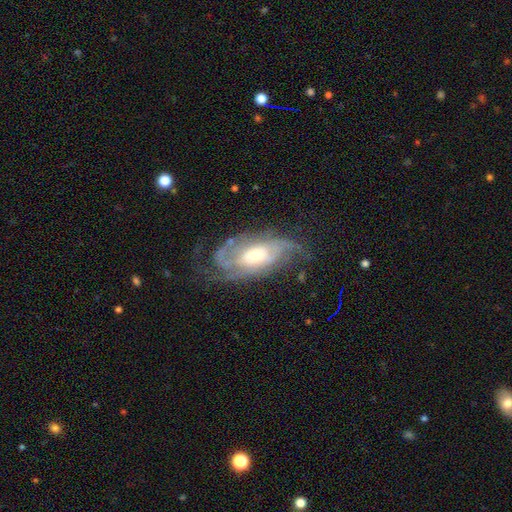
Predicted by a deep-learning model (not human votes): This is clearly a featured or disk galaxy (86%). It is clearly not viewed edge-on (93%). Bar: possibly no (57%). Spiral arm pattern: clearly yes (95%). Spiral arm count: marginally 2 (35%). Spiral winding: marginally tight (44%). Central bulge: likely moderate (62%). Merging: likely none (62%).